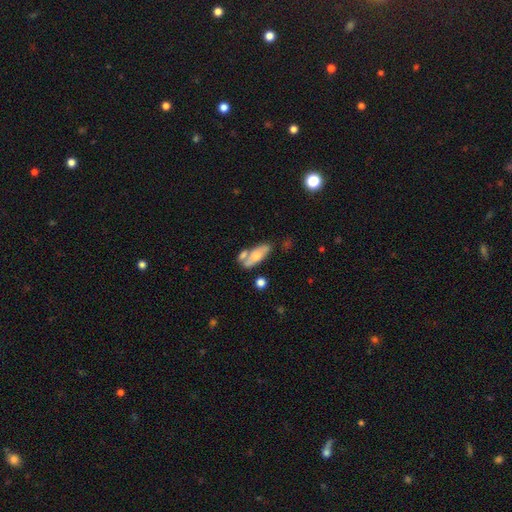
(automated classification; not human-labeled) Q: Smooth or featured?
A: smooth (53%); runner-up: featured or disk (40%)
Q: How rounded?
A: in between (72%); runner-up: cigar-shaped (25%)
Q: Merging?
A: none (43%); runner-up: merger (32%)